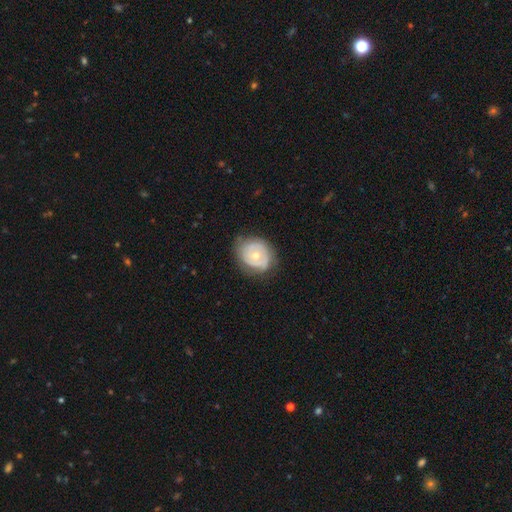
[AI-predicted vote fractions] featured or disk 56%, smooth 38%, star or artifact 6%. Down the decision tree: edge-on disk — no (96%); bar — no (87%); spiral arms — no (56%); bulge size — moderate (57%); merging — none (65%).